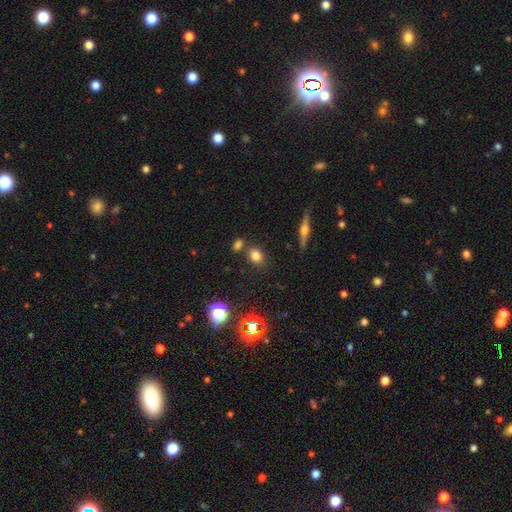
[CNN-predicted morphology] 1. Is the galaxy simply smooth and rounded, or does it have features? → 76% smooth, 14% star or artifact, 10% featured or disk.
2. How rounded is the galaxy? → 59% in between, 38% round, 3% cigar-shaped.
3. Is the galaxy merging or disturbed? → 73% none, 14% merger, 10% minor disturbance, 3% major disturbance.